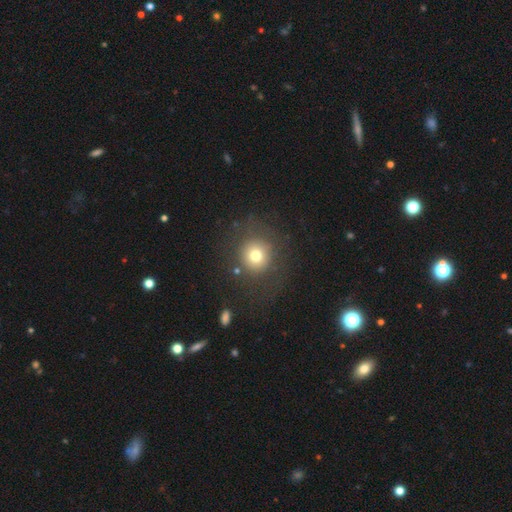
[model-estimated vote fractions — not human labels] Smooth or featured? smooth (73%)
How rounded? round (91%)
Merging? none (77%)